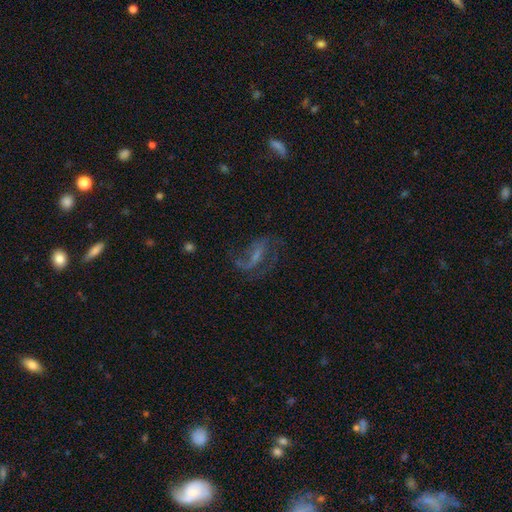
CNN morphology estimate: A featured or disk galaxy (73%) with a weak bar (42%), 2 (63%) loose (55%) spiral arms (86%) and a small central bulge (48%).

Vote fractions:
- Smooth or featured? featured or disk: 73% / smooth: 16% / star or artifact: 12%
- Edge-on disk? no: 94% / yes: 6%
- Bar? weak: 42% / strong: 31% / no: 26%
- Spiral arms? yes: 86% / no: 14%
- Spiral winding? loose: 55% / medium: 35% / tight: 10%
- Spiral arm count? 2: 63% / 1: 22% / can't tell: 9% / 3: 3% / 4: 2% / more than 4: 2%
- Bulge size? small: 48% / none: 31% / moderate: 17% / large: 3% / dominant: 1%
- Merging? none: 51% / major disturbance: 29% / minor disturbance: 17% / merger: 3%